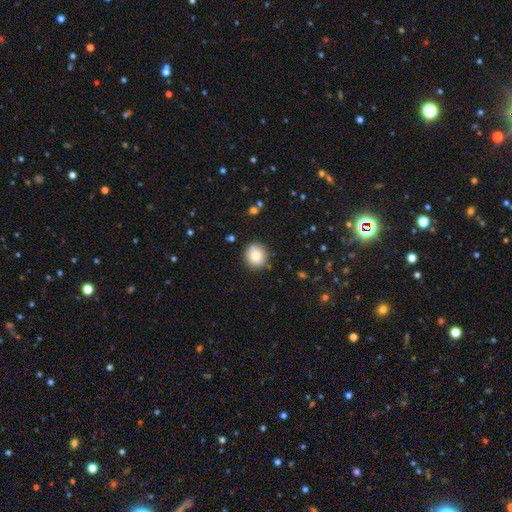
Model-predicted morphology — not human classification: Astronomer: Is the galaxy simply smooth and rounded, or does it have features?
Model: smooth — 82%.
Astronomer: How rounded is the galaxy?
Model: round — 88%.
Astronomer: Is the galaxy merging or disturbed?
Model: none — 86%.